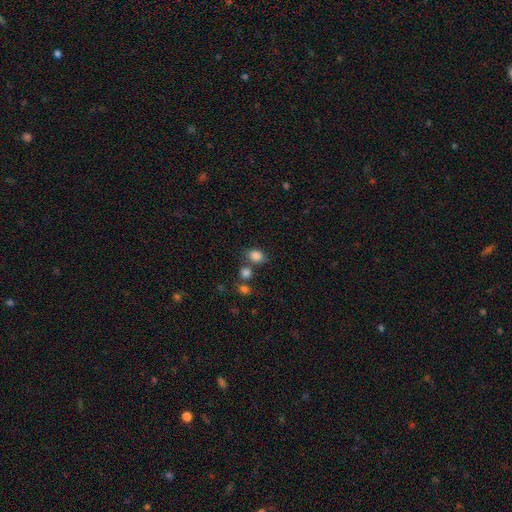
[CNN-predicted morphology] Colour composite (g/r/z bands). It shows a smooth galaxy with no disk features (84%) that is in between round and cigar-shaped (68%). Merging: none (67%).